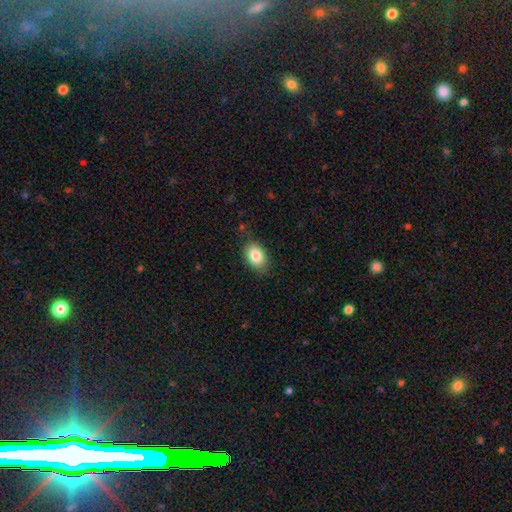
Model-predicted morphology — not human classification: smooth_or_featured: smooth (p=0.84) [alt: featured or disk p=0.08]
how_rounded: in between (p=0.85) [alt: round p=0.14]
merging: none (p=0.82) [alt: minor disturbance p=0.14]